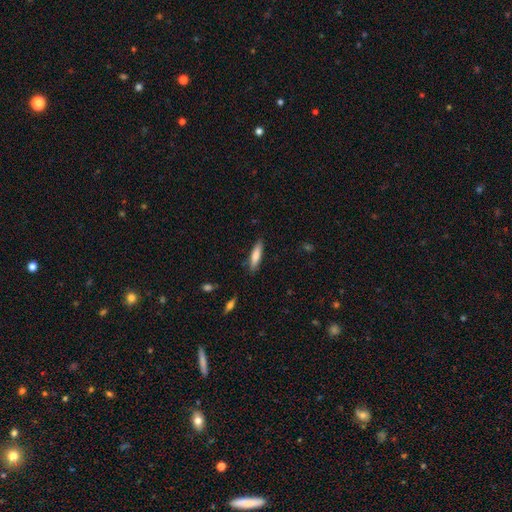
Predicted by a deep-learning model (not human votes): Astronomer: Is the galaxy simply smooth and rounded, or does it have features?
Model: smooth — 77%.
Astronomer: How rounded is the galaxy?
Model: cigar-shaped — 74%.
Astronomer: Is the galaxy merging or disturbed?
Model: none — 85%.